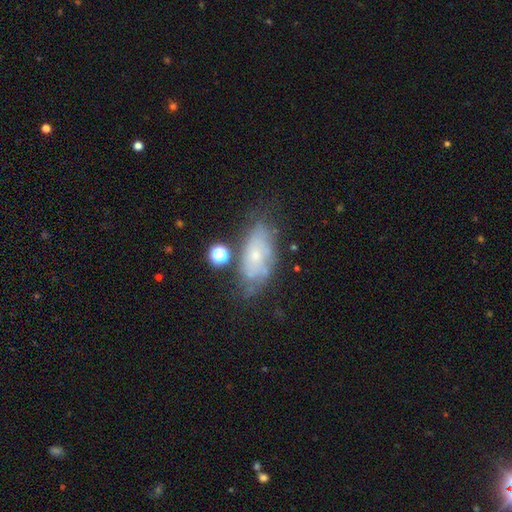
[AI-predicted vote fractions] This appears to be a featured or disk galaxy (50%). Merging: none (50%).